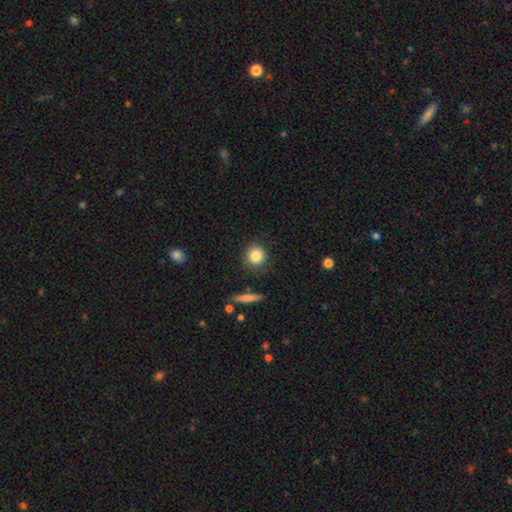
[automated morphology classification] The model was most divided on "smooth or featured": smooth: 84%, star or artifact: 9%, featured or disk: 7%. More confident: how rounded — round (89%); merging — none (87%).